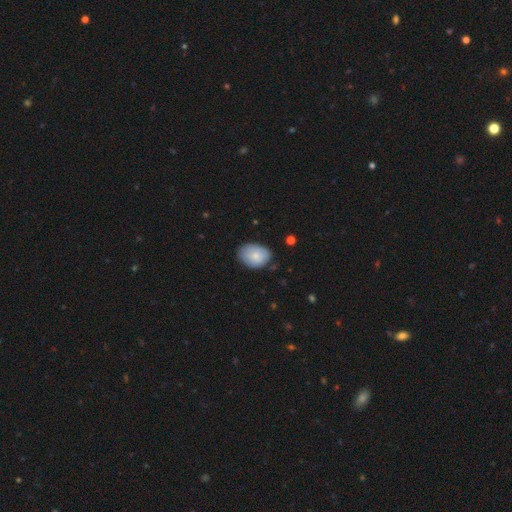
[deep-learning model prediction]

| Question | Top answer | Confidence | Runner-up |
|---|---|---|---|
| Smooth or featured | smooth | 77% | featured or disk (17%) |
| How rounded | in between | 78% | round (21%) |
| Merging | none | 73% | minor disturbance (22%) |